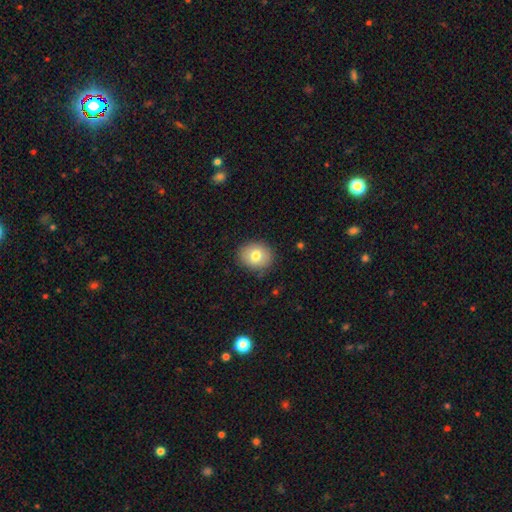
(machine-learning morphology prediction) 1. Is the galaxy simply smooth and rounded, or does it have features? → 78% smooth, 13% featured or disk, 9% star or artifact.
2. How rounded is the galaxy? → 63% round, 37% in between, 1% cigar-shaped.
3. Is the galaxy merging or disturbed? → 86% none, 11% minor disturbance, 3% major disturbance, 1% merger.